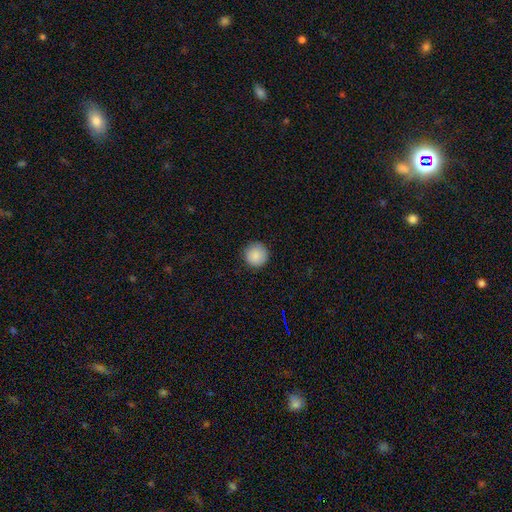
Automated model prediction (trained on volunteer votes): smooth-or-featured: smooth: 88% | star or artifact: 8% | featured or disk: 4%
  how-rounded: round: 96% | in between: 3% | cigar-shaped: 1%
  merging: none: 90% | minor disturbance: 7% | major disturbance: 2% | merger: 1%